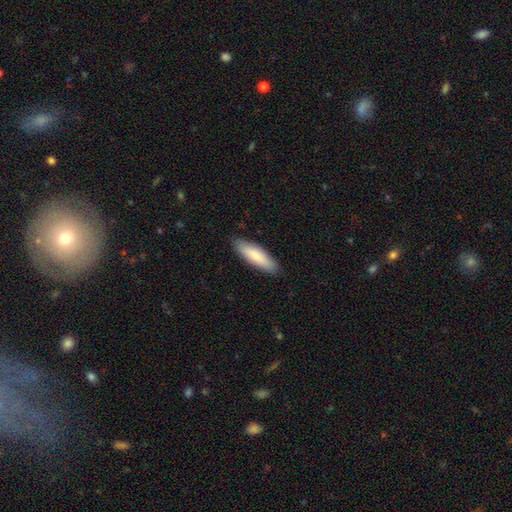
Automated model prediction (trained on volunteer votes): Smooth or featured? Predicted: smooth (p=0.80). How rounded? Predicted: cigar-shaped (p=0.56). Merging? Predicted: none (p=0.88).